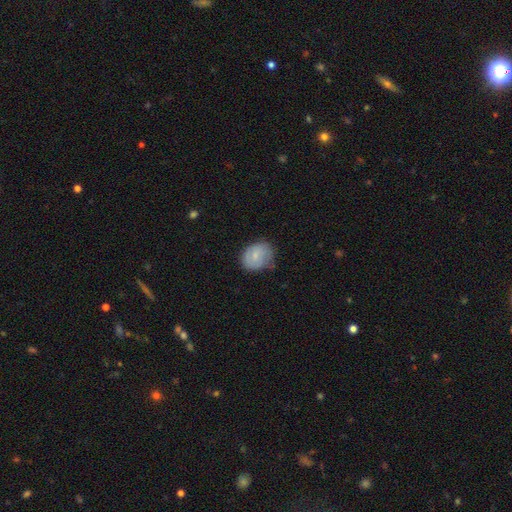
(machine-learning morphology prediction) smooth_or_featured: smooth (p=0.68) [alt: featured or disk p=0.25]
how_rounded: in between (p=0.50) [alt: round p=0.49]
merging: none (p=0.62) [alt: minor disturbance p=0.29]